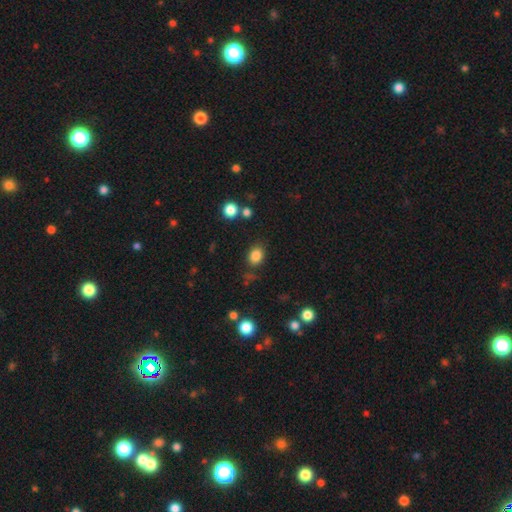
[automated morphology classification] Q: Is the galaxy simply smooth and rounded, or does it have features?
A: smooth — 84%.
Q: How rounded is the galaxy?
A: in between — 54%.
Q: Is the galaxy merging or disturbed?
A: none — 80%.